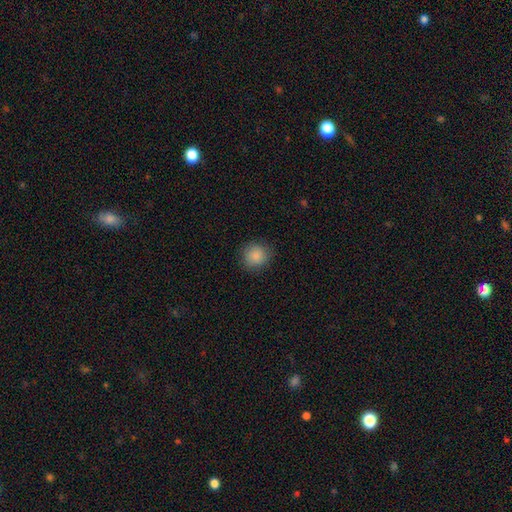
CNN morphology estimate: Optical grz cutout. It shows a smooth galaxy with no disk features (88%) that is round (89%). Merging: none (87%).